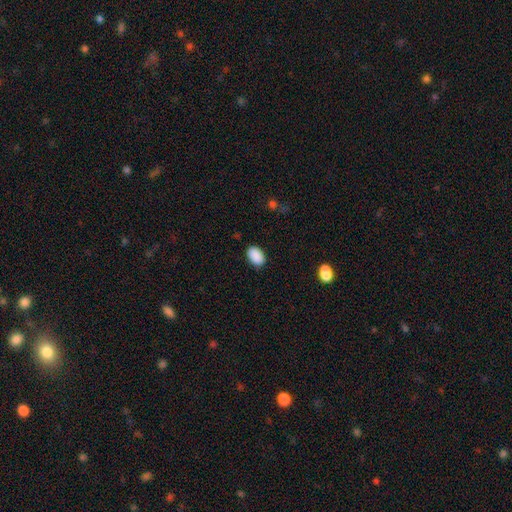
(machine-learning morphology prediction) smooth_or_featured: smooth (p=0.90) [alt: star or artifact p=0.07]
how_rounded: in between (p=0.89) [alt: round p=0.10]
merging: none (p=0.87) [alt: minor disturbance p=0.10]